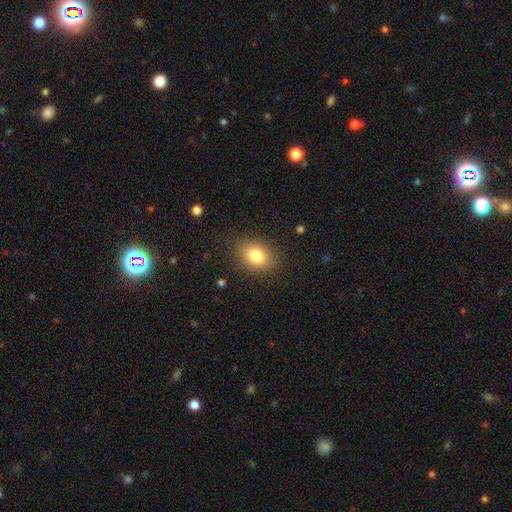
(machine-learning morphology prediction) smooth 81%, star or artifact 10%, featured or disk 9%. Down the decision tree: how rounded — in between (72%); merging — none (85%).